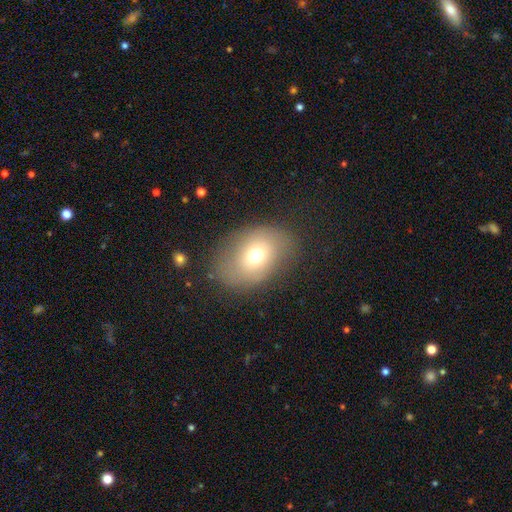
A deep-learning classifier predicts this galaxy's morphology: Smooth or featured? Predicted: smooth (p=0.68). How rounded? Predicted: in between (p=0.72). Merging? Predicted: none (p=0.73).